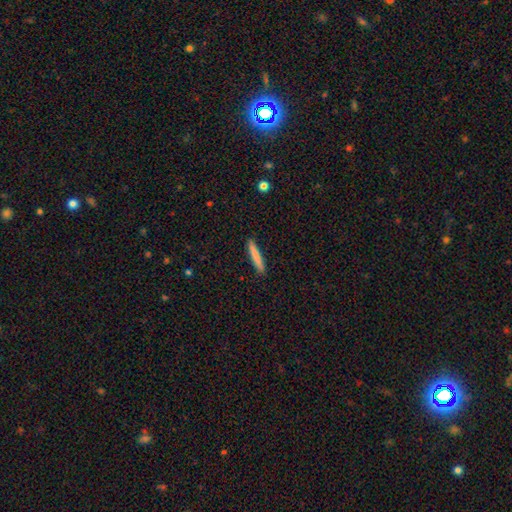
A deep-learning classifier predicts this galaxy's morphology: Q: Smooth or featured?
A: smooth (81%); runner-up: featured or disk (13%)
Q: How rounded?
A: cigar-shaped (94%); runner-up: in between (4%)
Q: Merging?
A: none (91%); runner-up: minor disturbance (6%)